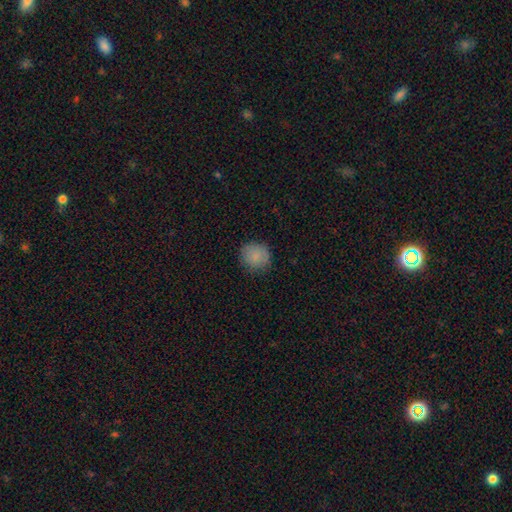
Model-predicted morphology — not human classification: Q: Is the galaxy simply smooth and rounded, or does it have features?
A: smooth — 86%.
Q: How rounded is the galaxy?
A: round — 87%.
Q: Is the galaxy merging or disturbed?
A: none — 84%.